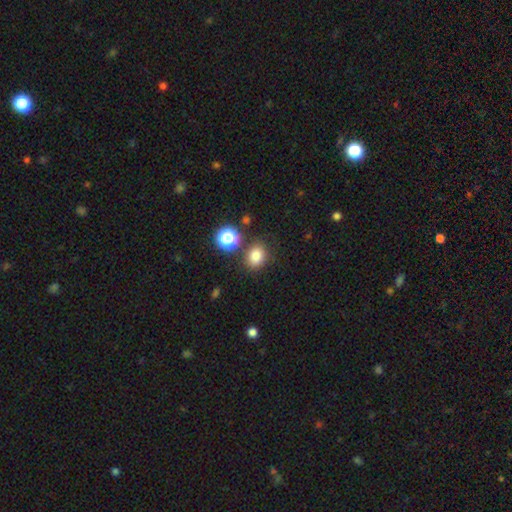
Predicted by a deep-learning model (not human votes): Smooth or featured? smooth (80%)
How rounded? round (57%)
Merging? none (79%)